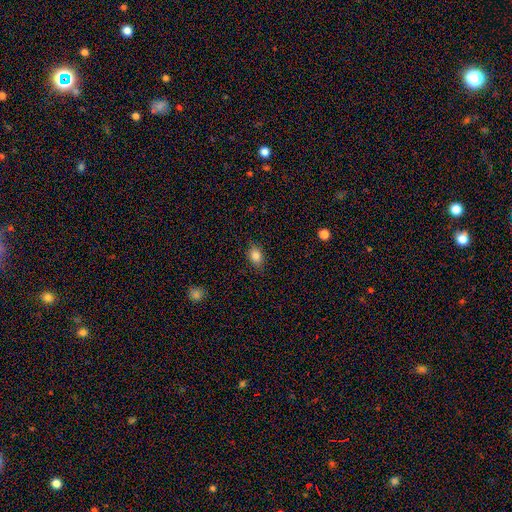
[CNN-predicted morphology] A smooth galaxy with no disk features (84%) that is in between round and cigar-shaped (78%). Merging: none (84%).